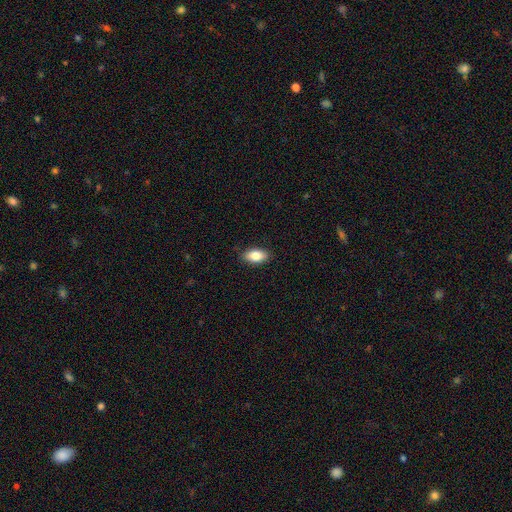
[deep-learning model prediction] Q: Smooth or featured?
A: smooth (84%); runner-up: featured or disk (9%)
Q: How rounded?
A: in between (91%); runner-up: round (5%)
Q: Merging?
A: none (87%); runner-up: minor disturbance (10%)